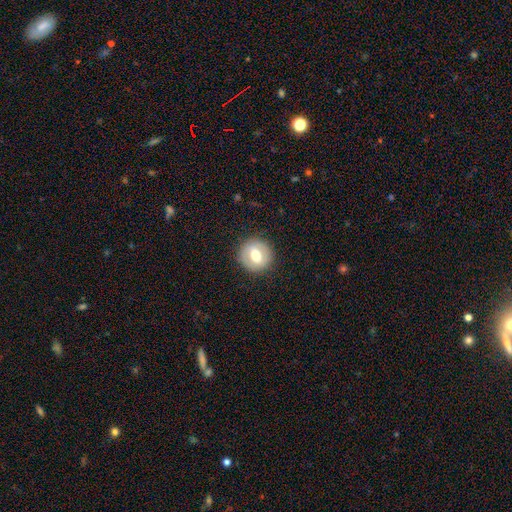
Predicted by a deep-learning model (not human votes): The model was most divided on "smooth or featured": smooth: 52%, featured or disk: 41%, star or artifact: 7%. More confident: how rounded — round (89%); merging — none (88%).